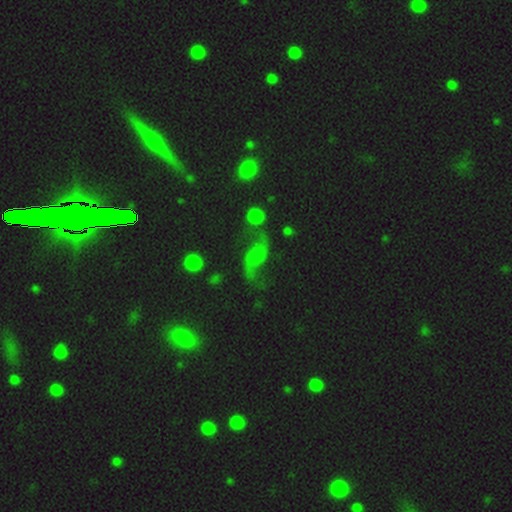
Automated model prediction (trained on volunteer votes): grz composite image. It shows a featured or disk galaxy (71%) with no bar (59%), 2 (93%) loose (91%) spiral arms (93%) and no central bulge (43%). Merging: none (59%).